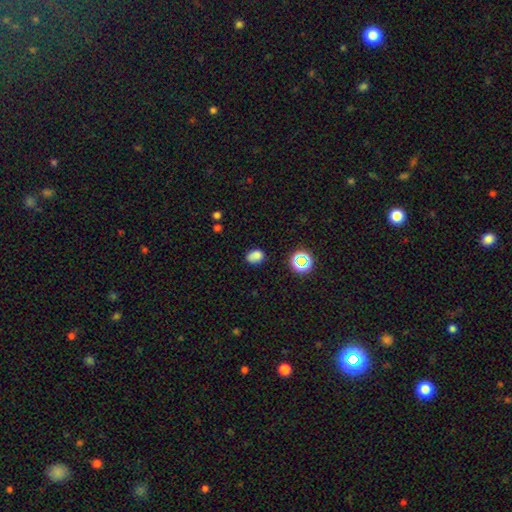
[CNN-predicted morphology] This appears to be a smooth galaxy with no disk features (78%) that is in between round and cigar-shaped (66%). Merging: none (74%).